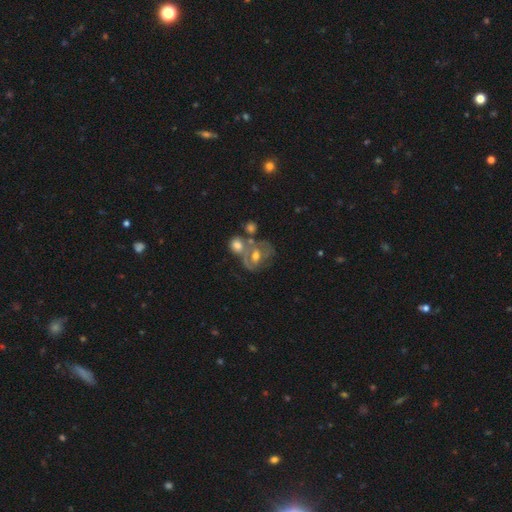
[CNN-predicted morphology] Smooth or featured?
  - featured or disk: 57% *
  - smooth: 33%
  - star or artifact: 10%
Edge-on disk?
  - no: 96% *
  - yes: 4%
Bar?
  - no: 60% *
  - weak: 29%
  - strong: 10%
Spiral arms?
  - no: 59% *
  - yes: 41%
Bulge size?
  - moderate: 66% *
  - small: 17%
  - large: 11%
  - none: 4%
  - dominant: 2%
Merging?
  - merger: 40% *
  - none: 30%
  - minor disturbance: 15%
  - major disturbance: 15%